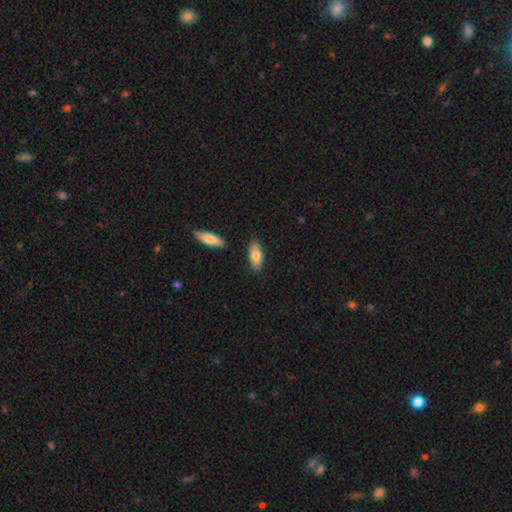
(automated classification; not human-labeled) Morphology: type=smooth (78%); roundness=in between (78%); merging=none (83%).